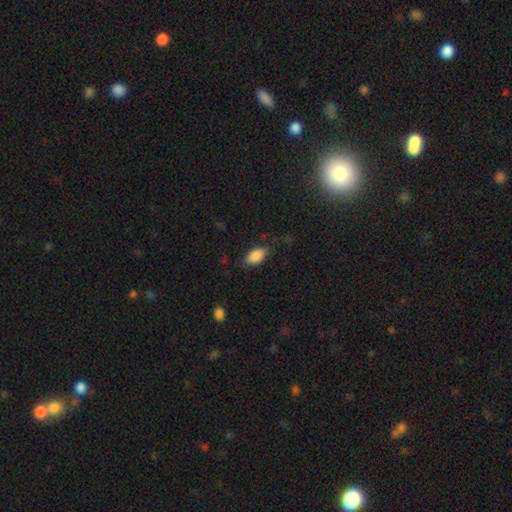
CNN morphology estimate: A smooth galaxy with no disk features (87%) that is in between round and cigar-shaped (91%).

Vote fractions:
- Smooth or featured? smooth: 87% / star or artifact: 8% / featured or disk: 6%
- How rounded? in between: 91% / round: 6% / cigar-shaped: 3%
- Merging? none: 69% / minor disturbance: 22% / major disturbance: 7% / merger: 2%